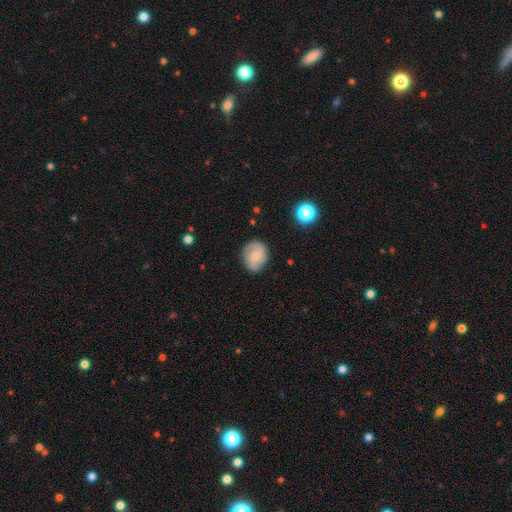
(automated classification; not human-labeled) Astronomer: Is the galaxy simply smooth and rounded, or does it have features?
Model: featured or disk — 53% (runner-up: smooth, 40%).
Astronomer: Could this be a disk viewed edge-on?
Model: no — 97%.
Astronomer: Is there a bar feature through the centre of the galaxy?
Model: no — 66%.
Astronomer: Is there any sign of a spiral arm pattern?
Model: yes — 89%.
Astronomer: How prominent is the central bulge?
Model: small — 54% (runner-up: moderate, 33%).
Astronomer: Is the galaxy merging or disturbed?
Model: none — 75%.